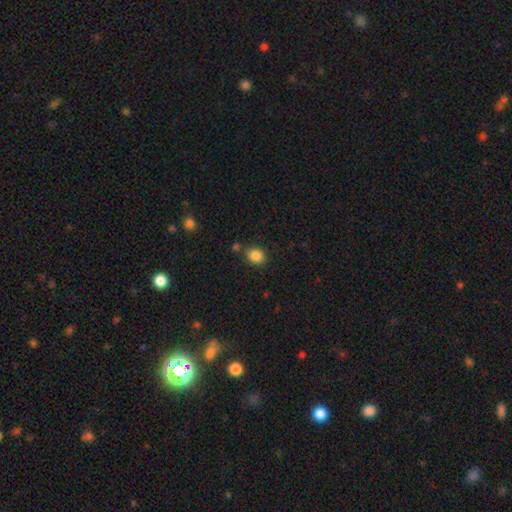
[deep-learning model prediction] Smooth or featured? smooth (86%)
How rounded? round (70%)
Merging? none (80%)